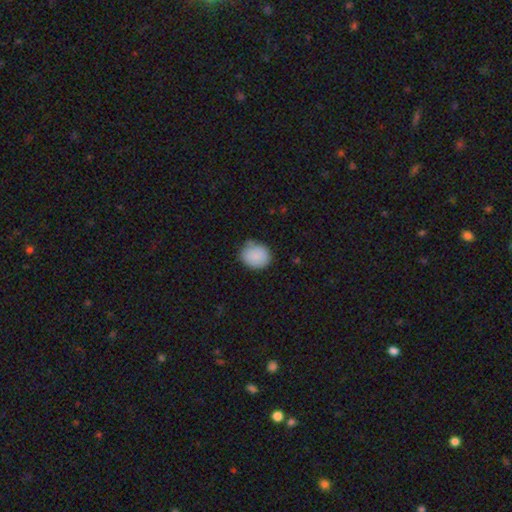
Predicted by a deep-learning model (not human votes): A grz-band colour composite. It shows a smooth galaxy with no disk features (87%) that is round (68%). Merging: none (71%).